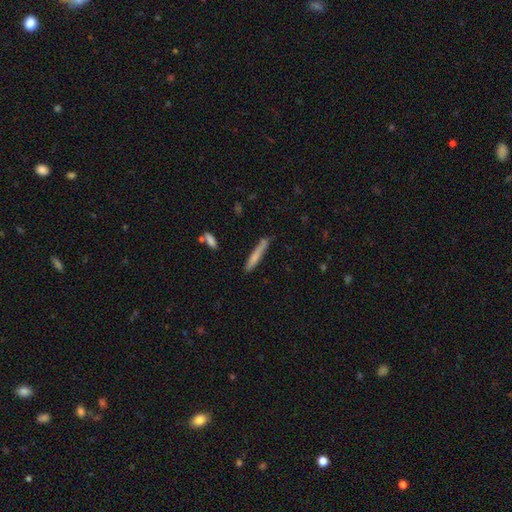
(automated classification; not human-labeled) The model was most divided on "smooth or featured": smooth: 68%, featured or disk: 25%, star or artifact: 7%. More confident: how rounded — cigar-shaped (94%); merging — none (73%).